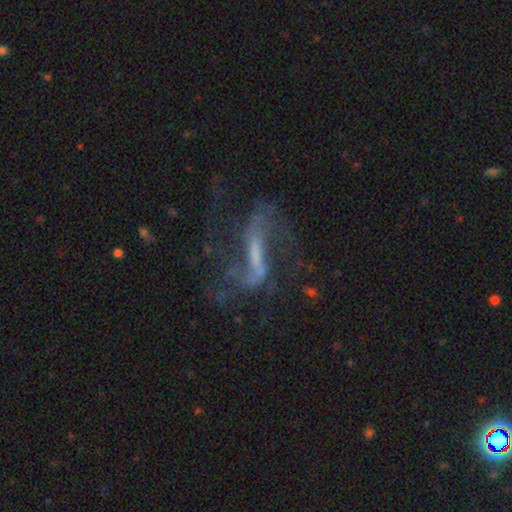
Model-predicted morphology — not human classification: Overall: featured or disk (79%). Edge-on disk: no (88%). Bar: strong (55%; weak 31%). Spiral arms: yes (85%). Spiral arm count: 2 (79%). Spiral winding: loose (69%). Bulge size: none (38%; small 34%). Merging: none (49%; major disturbance 30%).